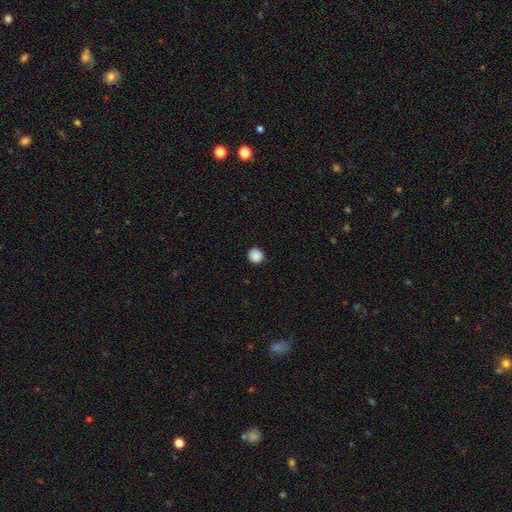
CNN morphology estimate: smooth 88%, star or artifact 9%, featured or disk 2%. Down the decision tree: how rounded — round (94%); merging — none (90%).